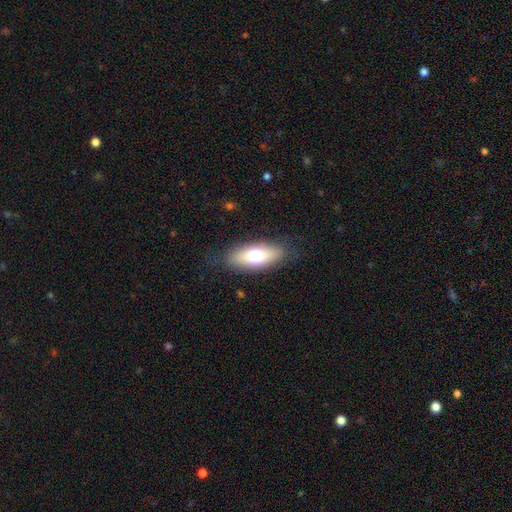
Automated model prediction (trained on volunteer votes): smooth 66%, featured or disk 26%, star or artifact 7%. Down the decision tree: how rounded — in between (77%); merging — none (84%).